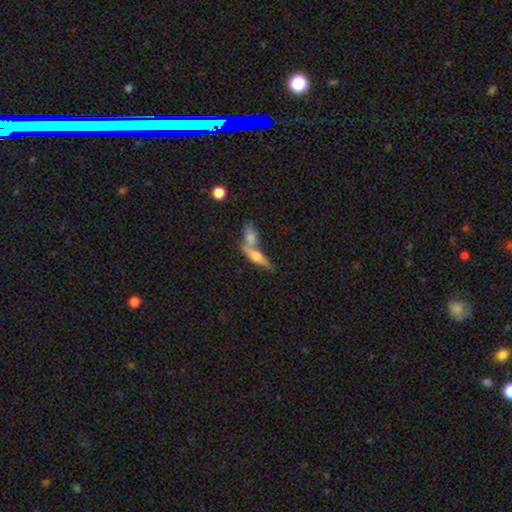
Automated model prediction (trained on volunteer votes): Smooth or featured: featured or disk — 48% (smooth — 43%)
Merging: merger — 50% (none — 37%)